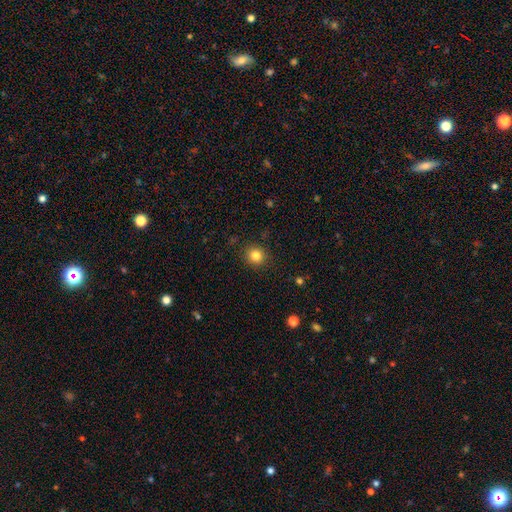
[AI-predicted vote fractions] A smooth galaxy with no disk features (82%) that is round (90%).

Vote fractions:
- Smooth or featured? smooth: 82% / star or artifact: 12% / featured or disk: 6%
- How rounded? round: 90% / in between: 9% / cigar-shaped: 1%
- Merging? none: 90% / minor disturbance: 7% / major disturbance: 2% / merger: 1%